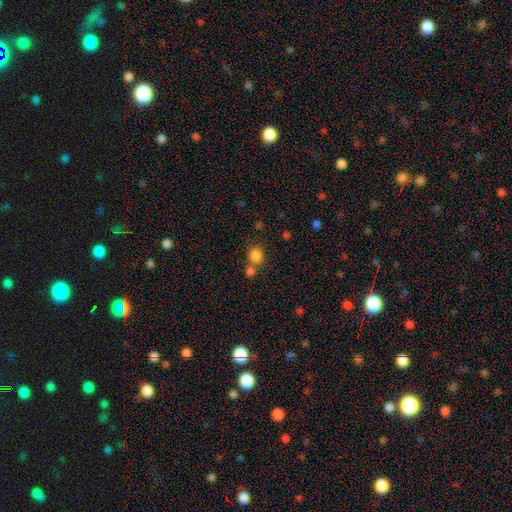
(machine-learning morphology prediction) Q: Smooth or featured?
A: smooth (83%); runner-up: star or artifact (11%)
Q: How rounded?
A: round (69%); runner-up: in between (30%)
Q: Merging?
A: none (54%); runner-up: merger (34%)